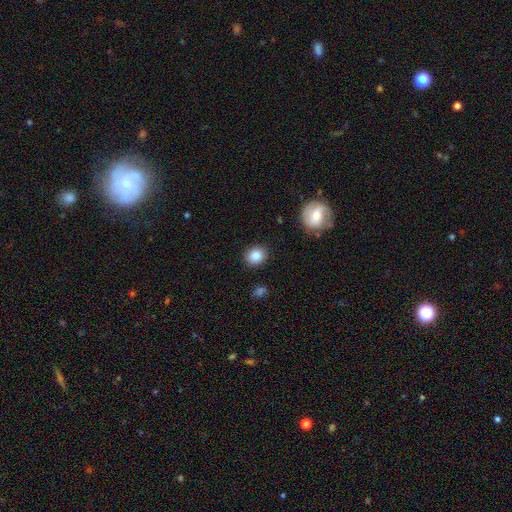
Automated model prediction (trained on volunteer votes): Smooth or featured?
  - smooth: 86% *
  - star or artifact: 9%
  - featured or disk: 5%
How rounded?
  - round: 68% *
  - in between: 31%
  - cigar-shaped: 1%
Merging?
  - none: 87% *
  - minor disturbance: 8%
  - major disturbance: 3%
  - merger: 2%